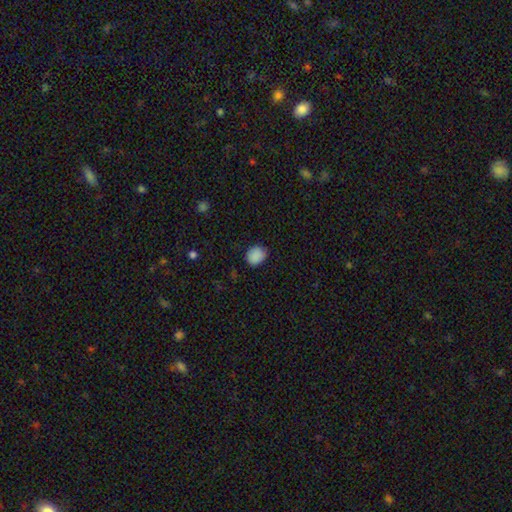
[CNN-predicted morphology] Smooth or featured?
  - smooth: 88% *
  - star or artifact: 9%
  - featured or disk: 3%
How rounded?
  - round: 62% *
  - in between: 37%
  - cigar-shaped: 1%
Merging?
  - none: 82% *
  - minor disturbance: 14%
  - major disturbance: 3%
  - merger: 1%